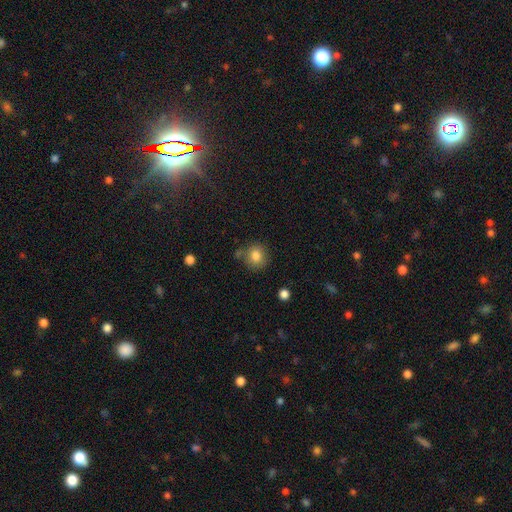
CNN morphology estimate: Smooth or featured: smooth — 83% (star or artifact — 10%)
How rounded: round — 85% (in between — 14%)
Merging: none — 72% (minor disturbance — 16%)